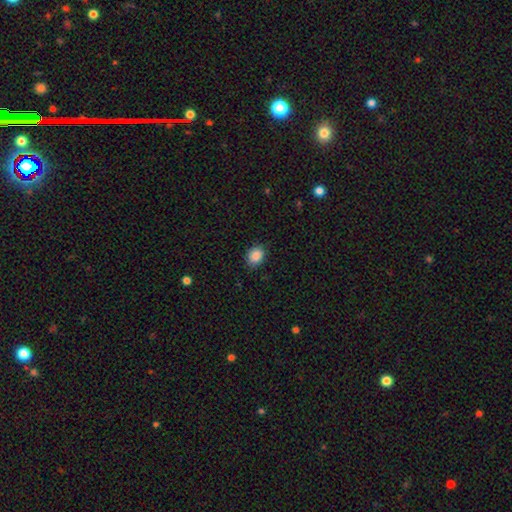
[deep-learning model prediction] Smooth or featured: smooth — 88% (star or artifact — 9%)
How rounded: in between — 54% (round — 45%)
Merging: none — 85% (minor disturbance — 11%)